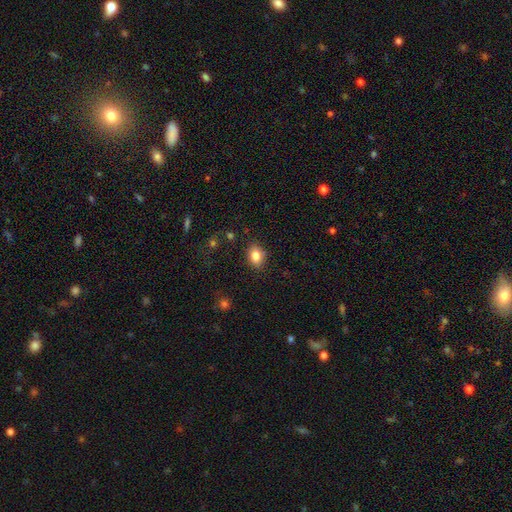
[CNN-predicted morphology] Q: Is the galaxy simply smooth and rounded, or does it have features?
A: smooth — 82%.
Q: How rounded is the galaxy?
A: in between — 67%.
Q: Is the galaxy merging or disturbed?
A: none — 85%.